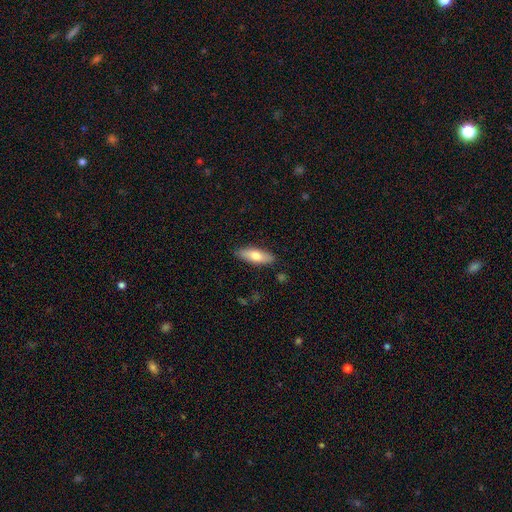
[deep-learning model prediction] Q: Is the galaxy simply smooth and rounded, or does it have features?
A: smooth — 72%.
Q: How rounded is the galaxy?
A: in between — 61%.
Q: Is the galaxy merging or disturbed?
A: none — 87%.